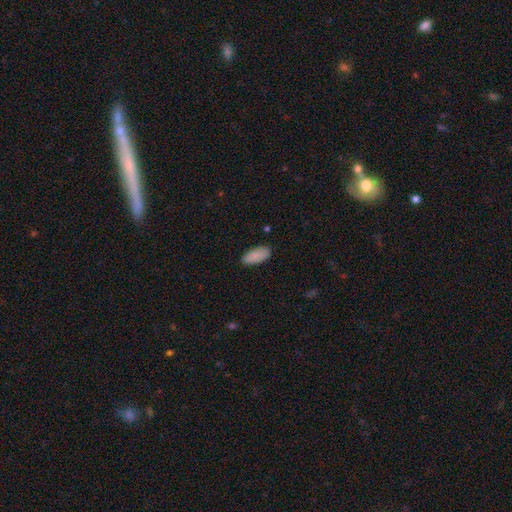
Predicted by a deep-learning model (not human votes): smooth-or-featured: smooth: 88% | star or artifact: 6% | featured or disk: 5%
  how-rounded: in between: 89% | cigar-shaped: 9% | round: 2%
  merging: none: 85% | minor disturbance: 11% | major disturbance: 2% | merger: 1%